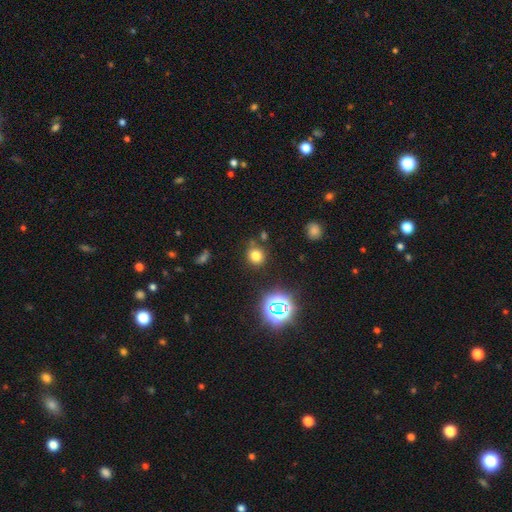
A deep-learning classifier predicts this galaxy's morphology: smooth 72%, star or artifact 21%, featured or disk 7%. Down the decision tree: how rounded — round (86%); merging — none (81%).